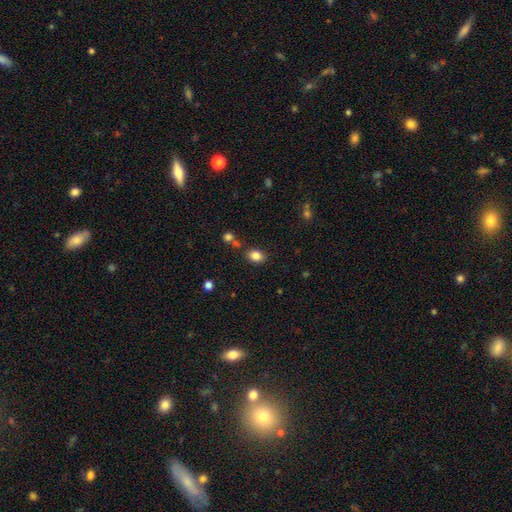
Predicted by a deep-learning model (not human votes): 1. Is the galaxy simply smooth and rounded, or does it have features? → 84% smooth, 10% star or artifact, 6% featured or disk.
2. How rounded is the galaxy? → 72% in between, 27% round, 1% cigar-shaped.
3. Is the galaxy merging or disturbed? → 78% none, 12% minor disturbance, 6% merger, 3% major disturbance.